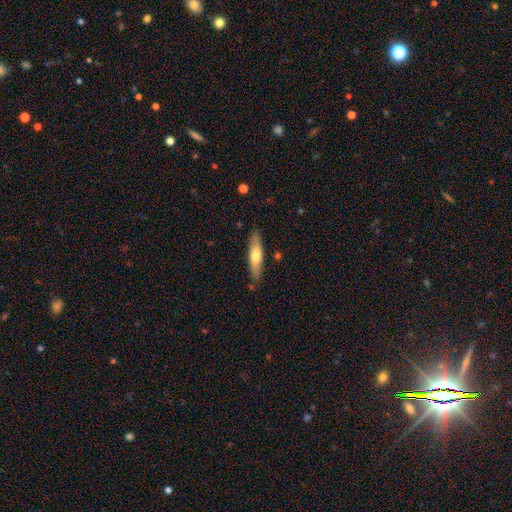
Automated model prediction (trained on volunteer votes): Q: Smooth or featured?
A: smooth (60%); runner-up: featured or disk (35%)
Q: How rounded?
A: cigar-shaped (73%); runner-up: in between (25%)
Q: Merging?
A: none (84%); runner-up: minor disturbance (12%)